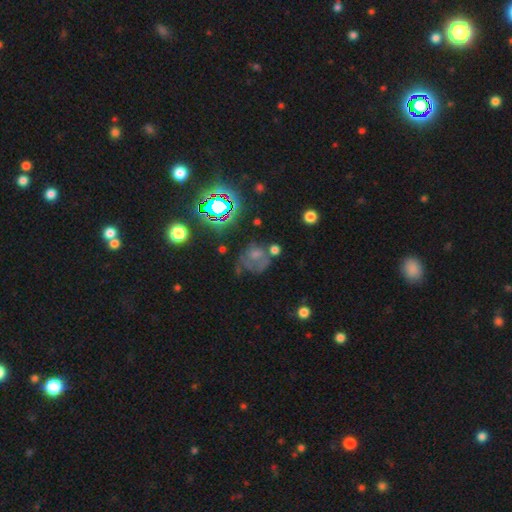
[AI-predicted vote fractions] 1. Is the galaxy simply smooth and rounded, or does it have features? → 42% smooth, 30% featured or disk, 28% star or artifact.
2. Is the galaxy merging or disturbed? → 38% none, 27% major disturbance, 22% minor disturbance, 13% merger.